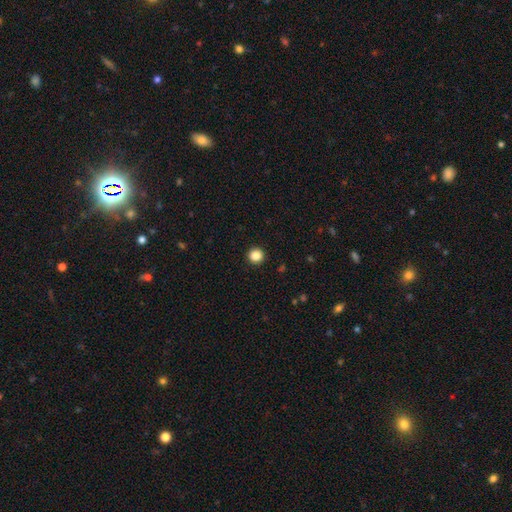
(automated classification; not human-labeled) Morphology: type=smooth (86%); roundness=round (94%); merging=none (93%).